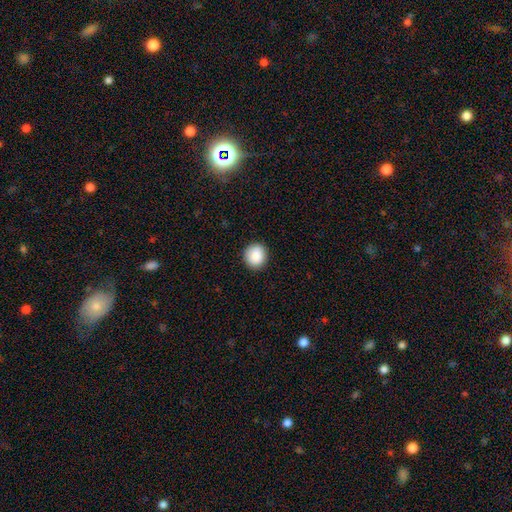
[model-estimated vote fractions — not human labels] This is clearly a smooth galaxy (89%). How rounded: clearly round (91%). Merging: clearly none (92%).